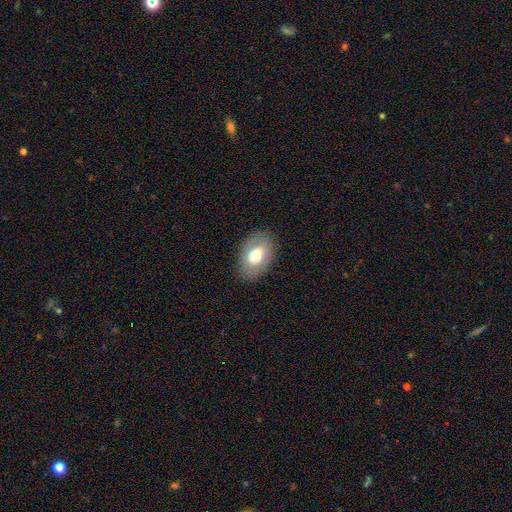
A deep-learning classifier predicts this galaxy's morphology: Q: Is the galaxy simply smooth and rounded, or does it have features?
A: smooth — 67%.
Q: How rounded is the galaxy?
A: in between — 85%.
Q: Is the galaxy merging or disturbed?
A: none — 84%.